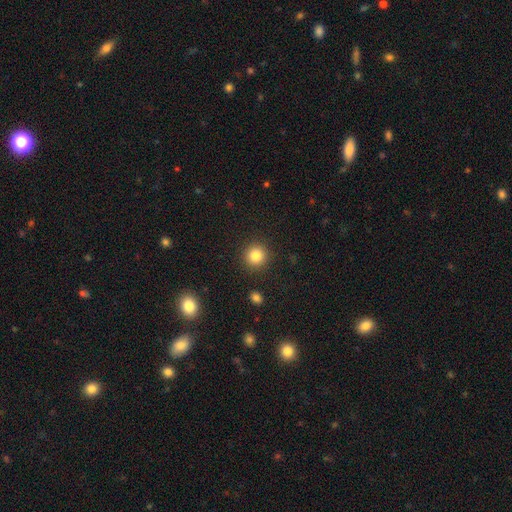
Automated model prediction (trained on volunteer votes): Overall: smooth (84%). How rounded: round (94%). Merging: none (91%).